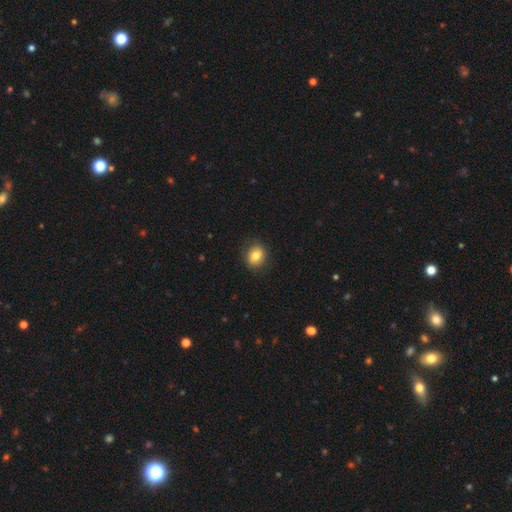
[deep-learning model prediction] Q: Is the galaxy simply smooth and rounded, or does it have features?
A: smooth — 82%.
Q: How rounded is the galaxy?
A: round — 61%.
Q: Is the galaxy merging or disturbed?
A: none — 85%.